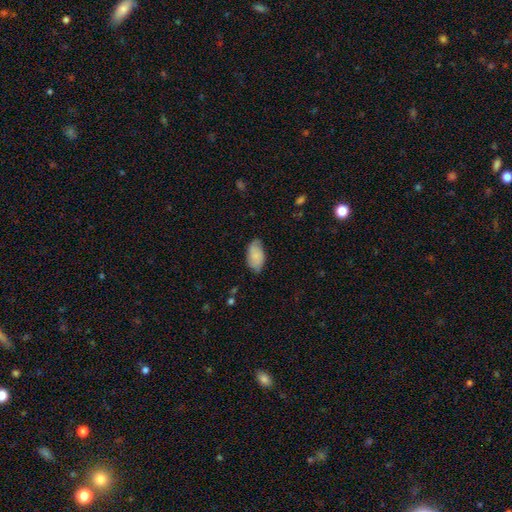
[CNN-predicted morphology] The model was most divided on "merging": none: 71%, minor disturbance: 23%, major disturbance: 4%, merger: 1%. More confident: how rounded — in between (94%); smooth or featured — smooth (74%).